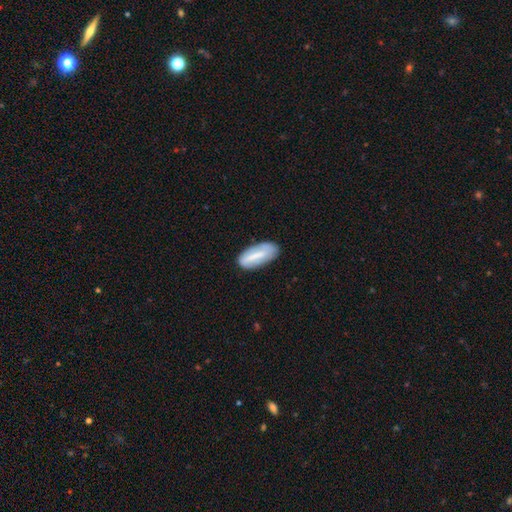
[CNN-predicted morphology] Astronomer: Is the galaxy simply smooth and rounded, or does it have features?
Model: smooth — 62%.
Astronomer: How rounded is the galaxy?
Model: in between — 81%.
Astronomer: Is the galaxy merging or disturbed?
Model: none — 77%.